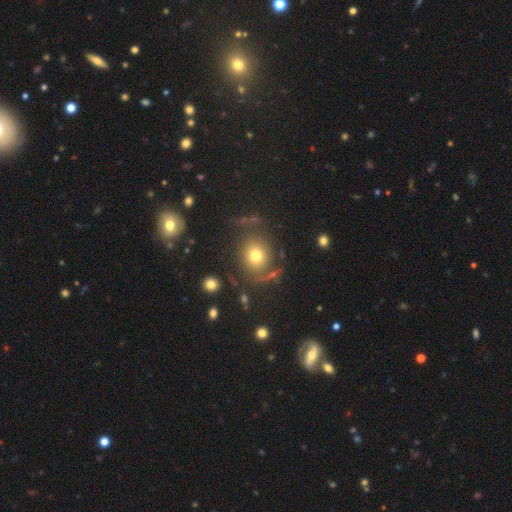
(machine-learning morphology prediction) Q: Smooth or featured?
A: smooth (65%); runner-up: featured or disk (22%)
Q: How rounded?
A: round (74%); runner-up: in between (25%)
Q: Merging?
A: none (66%); runner-up: minor disturbance (15%)